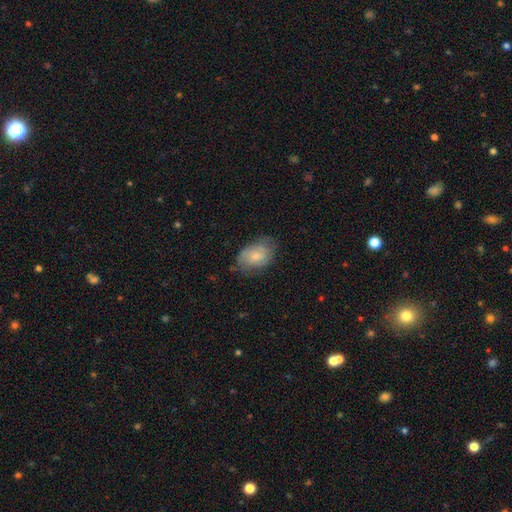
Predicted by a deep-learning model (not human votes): Smooth or featured?
  - smooth: 68% *
  - featured or disk: 26%
  - star or artifact: 7%
How rounded?
  - in between: 84% *
  - round: 14%
  - cigar-shaped: 1%
Merging?
  - none: 60% *
  - minor disturbance: 30%
  - major disturbance: 9%
  - merger: 1%